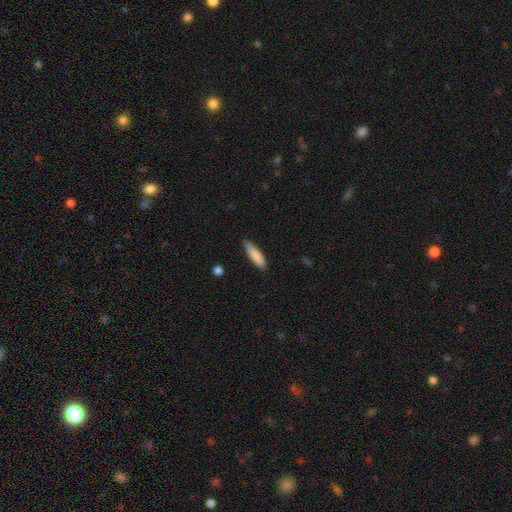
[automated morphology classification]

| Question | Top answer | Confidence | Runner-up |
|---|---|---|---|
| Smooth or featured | smooth | 84% | featured or disk (10%) |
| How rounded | cigar-shaped | 70% | in between (29%) |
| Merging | none | 80% | minor disturbance (17%) |